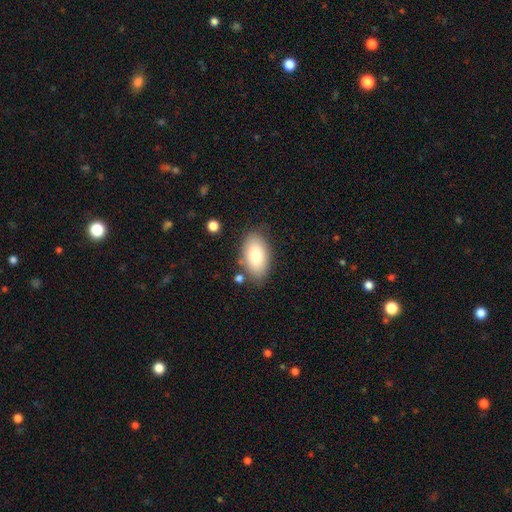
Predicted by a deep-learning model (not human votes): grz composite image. It shows a smooth galaxy with no disk features (82%) that is in between round and cigar-shaped (94%). Merging: none (79%).